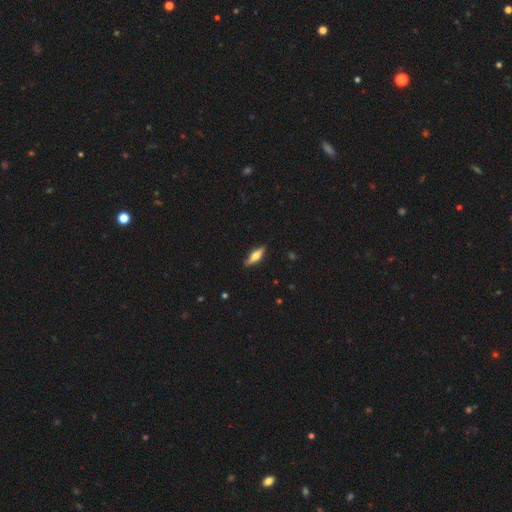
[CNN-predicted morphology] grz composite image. It shows a featured or disk galaxy (51%) viewed edge-on (93%). Merging: none (87%).